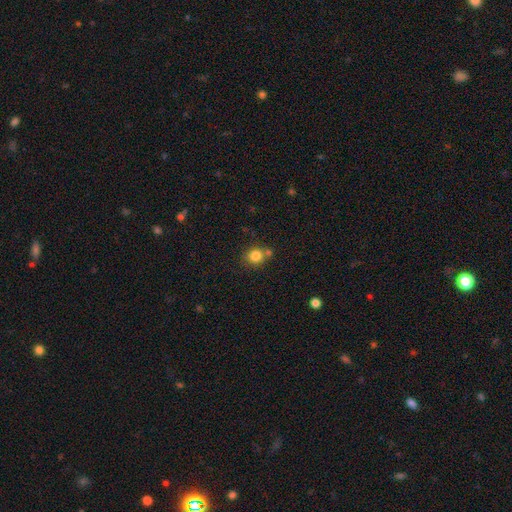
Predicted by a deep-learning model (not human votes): A smooth galaxy with no disk features (83%) that is round (85%). Merging: none (65%).